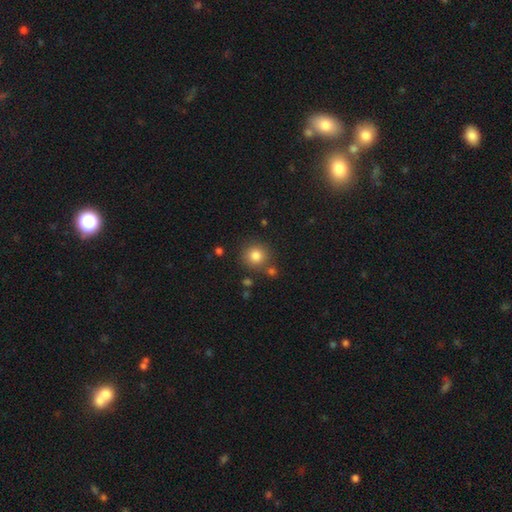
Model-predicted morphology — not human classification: Smooth or featured? Predicted: smooth (p=0.82). How rounded? Predicted: round (p=0.92). Merging? Predicted: none (p=0.79).